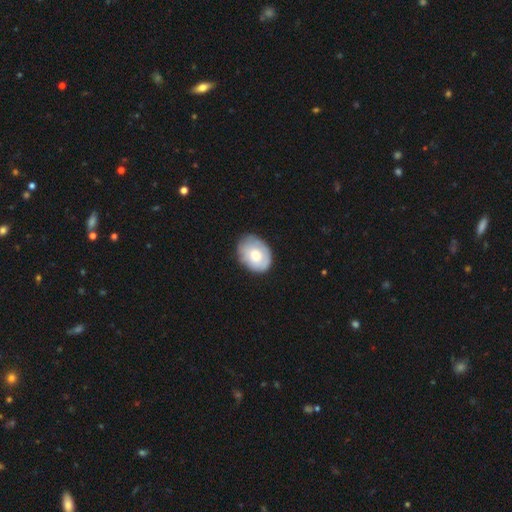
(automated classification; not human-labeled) This is likely a smooth galaxy (61%). How rounded: likely in between (62%). Merging: likely none (69%).